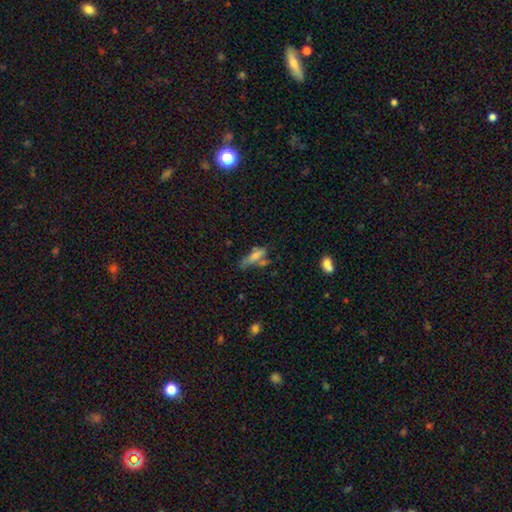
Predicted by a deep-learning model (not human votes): This is likely a smooth galaxy (66%). How rounded: possibly cigar-shaped (49%). Merging: marginally none (39%).